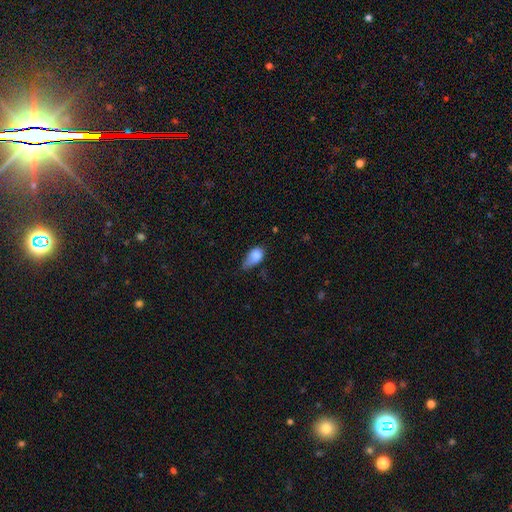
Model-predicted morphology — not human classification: Q: Smooth or featured?
A: smooth (81%); runner-up: featured or disk (10%)
Q: How rounded?
A: in between (88%); runner-up: round (9%)
Q: Merging?
A: minor disturbance (46%); runner-up: none (26%)